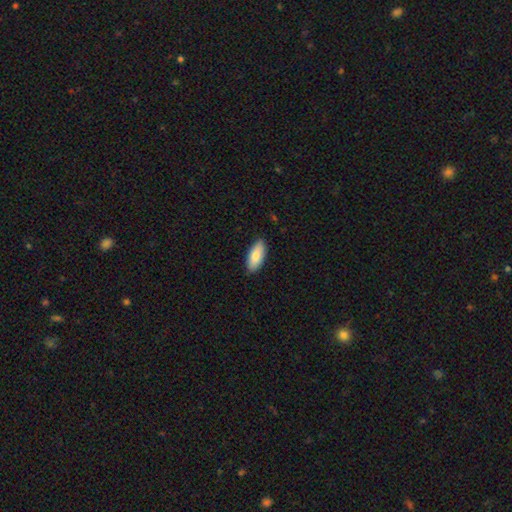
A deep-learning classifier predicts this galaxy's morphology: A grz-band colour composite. It shows a smooth galaxy with no disk features (80%) that is in between round and cigar-shaped (86%). Merging: none (88%).